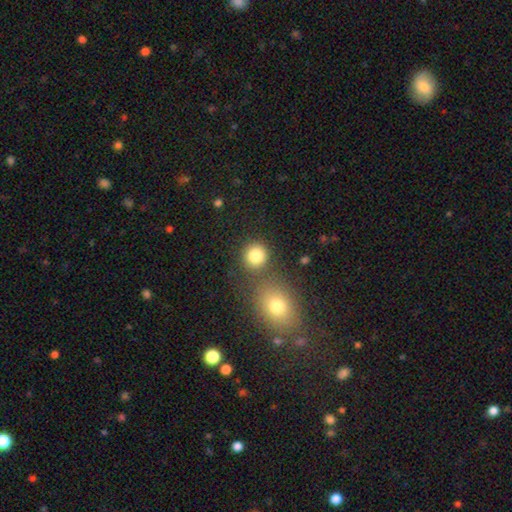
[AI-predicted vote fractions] smooth-or-featured: smooth: 83% | star or artifact: 11% | featured or disk: 6%
  how-rounded: round: 86% | in between: 13% | cigar-shaped: 1%
  merging: none: 74% | merger: 14% | minor disturbance: 8% | major disturbance: 3%